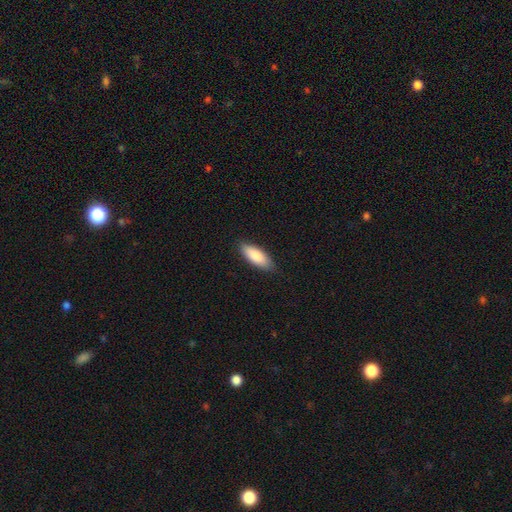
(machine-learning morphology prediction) Q: Smooth or featured?
A: smooth (85%); runner-up: featured or disk (9%)
Q: How rounded?
A: in between (75%); runner-up: cigar-shaped (23%)
Q: Merging?
A: none (84%); runner-up: minor disturbance (13%)